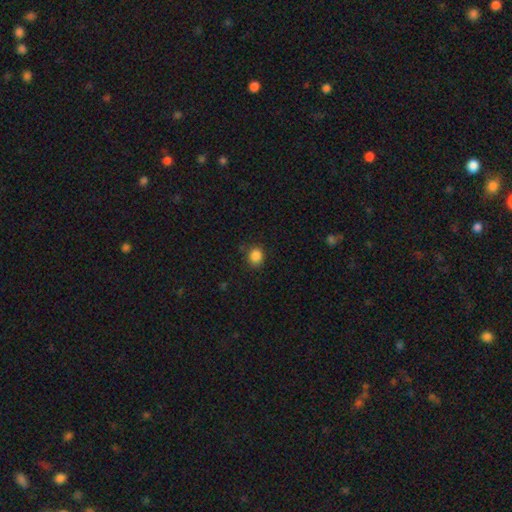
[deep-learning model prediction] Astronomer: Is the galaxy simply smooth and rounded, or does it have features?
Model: smooth — 86%.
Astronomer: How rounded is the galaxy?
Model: round — 68%.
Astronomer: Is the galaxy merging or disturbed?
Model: none — 82%.